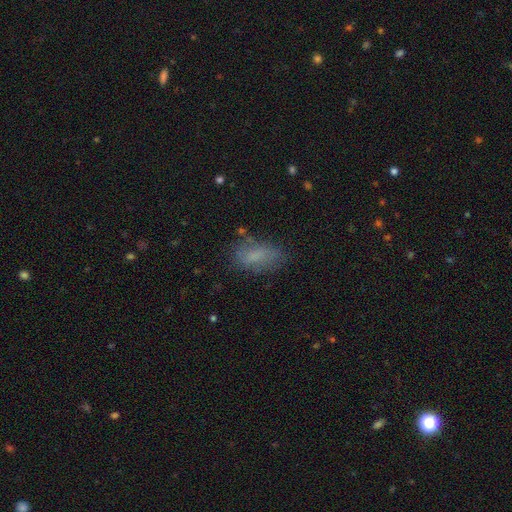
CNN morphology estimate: The model was most divided on "merging": none: 64%, minor disturbance: 23%, major disturbance: 10%, merger: 3%. More confident: how rounded — in between (84%); smooth or featured — smooth (74%).